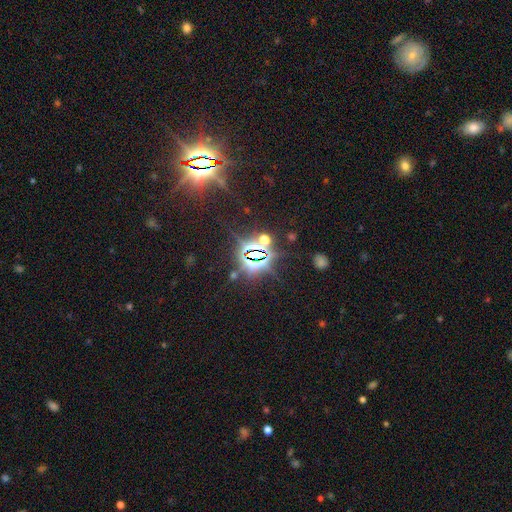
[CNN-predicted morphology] Q: Smooth or featured?
A: star or artifact (81%); runner-up: smooth (10%)